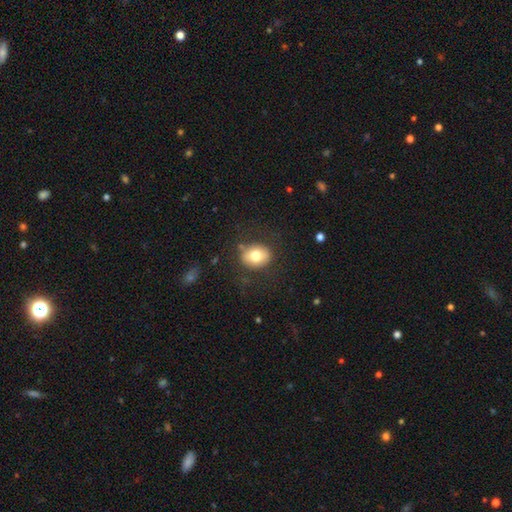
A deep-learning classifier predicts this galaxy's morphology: Smooth or featured? Predicted: smooth (p=0.74). How rounded? Predicted: round (p=0.57). Merging? Predicted: none (p=0.79).